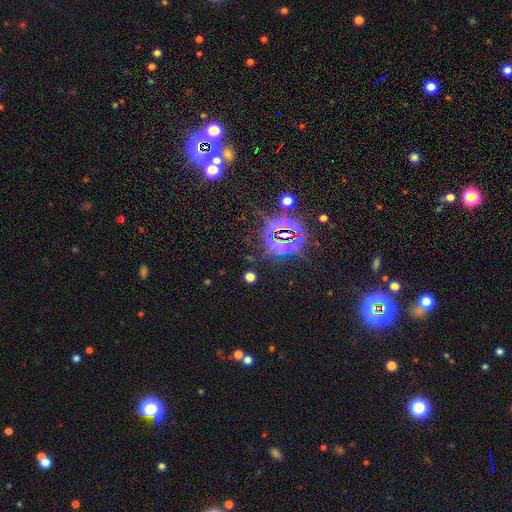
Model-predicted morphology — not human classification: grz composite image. It shows a star or artifact, not a galaxy (81%).